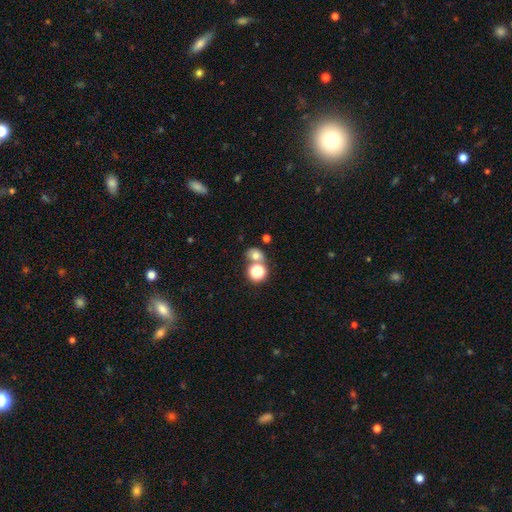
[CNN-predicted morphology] Smooth or featured: smooth — 65% (star or artifact — 22%)
How rounded: round — 61% (in between — 38%)
Merging: none — 56% (merger — 30%)